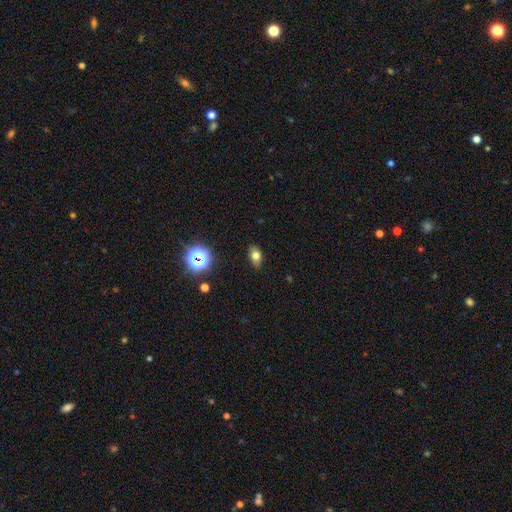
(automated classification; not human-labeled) A smooth galaxy with no disk features (73%) that is in between round and cigar-shaped (80%).

Vote fractions:
- Smooth or featured? smooth: 73% / star or artifact: 15% / featured or disk: 12%
- How rounded? in between: 80% / round: 18% / cigar-shaped: 2%
- Merging? none: 86% / minor disturbance: 11% / major disturbance: 2% / merger: 1%